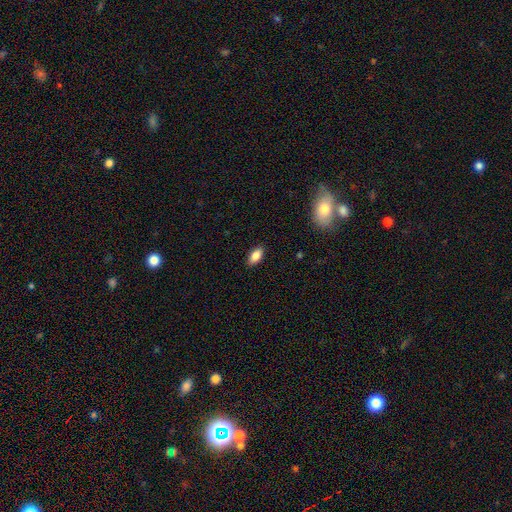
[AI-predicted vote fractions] This appears to be a smooth galaxy with no disk features (86%) that is in between round and cigar-shaped (90%). Merging: none (89%).